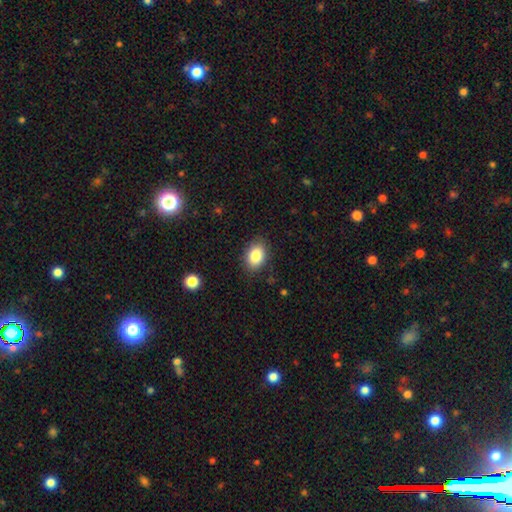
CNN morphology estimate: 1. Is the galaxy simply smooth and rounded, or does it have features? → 86% smooth, 8% star or artifact, 6% featured or disk.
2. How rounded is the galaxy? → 82% in between, 17% round, 1% cigar-shaped.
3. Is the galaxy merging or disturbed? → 85% none, 11% minor disturbance, 3% major disturbance, 1% merger.